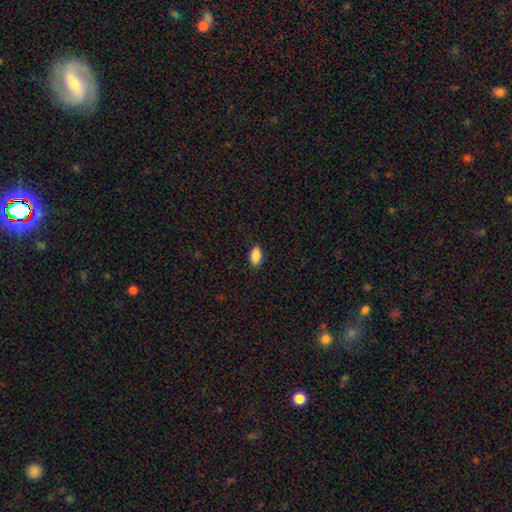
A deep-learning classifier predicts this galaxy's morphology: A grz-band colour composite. It shows a smooth galaxy with no disk features (89%) that is in between round and cigar-shaped (92%). Merging: none (89%).